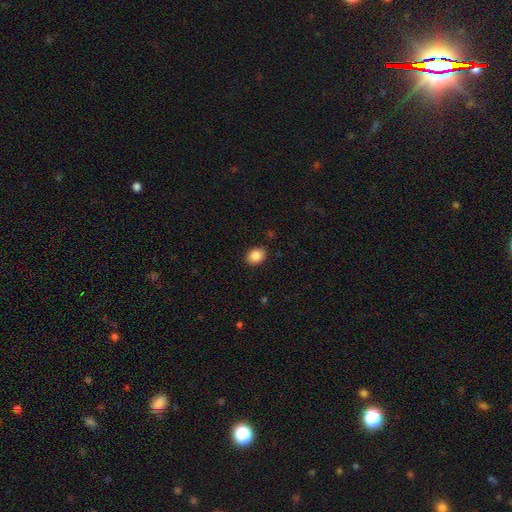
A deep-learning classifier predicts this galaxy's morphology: This is clearly a smooth galaxy (87%). How rounded: possibly in between (50%). Merging: clearly none (88%).